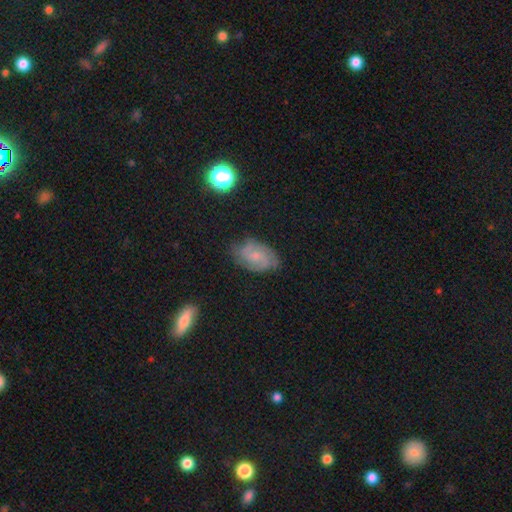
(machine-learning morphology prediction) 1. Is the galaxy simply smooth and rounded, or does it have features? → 70% featured or disk, 22% smooth, 8% star or artifact.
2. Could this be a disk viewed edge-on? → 97% no, 3% yes.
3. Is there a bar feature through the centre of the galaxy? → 63% no, 33% weak, 5% strong.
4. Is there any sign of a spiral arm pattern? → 94% yes, 6% no.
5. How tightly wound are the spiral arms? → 47% tight, 41% medium, 12% loose.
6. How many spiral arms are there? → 57% 2, 20% can't tell, 14% 3, 3% 1, 3% 4, 3% more than 4.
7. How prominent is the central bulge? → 62% small, 24% moderate, 11% none, 2% large, 1% dominant.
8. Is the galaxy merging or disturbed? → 74% none, 19% minor disturbance, 5% major disturbance, 1% merger.